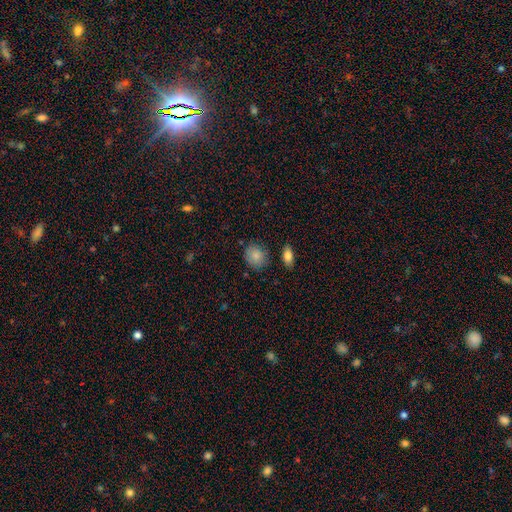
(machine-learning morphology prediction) Smooth or featured?
  - smooth: 86% *
  - star or artifact: 8%
  - featured or disk: 7%
How rounded?
  - round: 66% *
  - in between: 32%
  - cigar-shaped: 1%
Merging?
  - none: 80% *
  - minor disturbance: 14%
  - merger: 3%
  - major disturbance: 3%